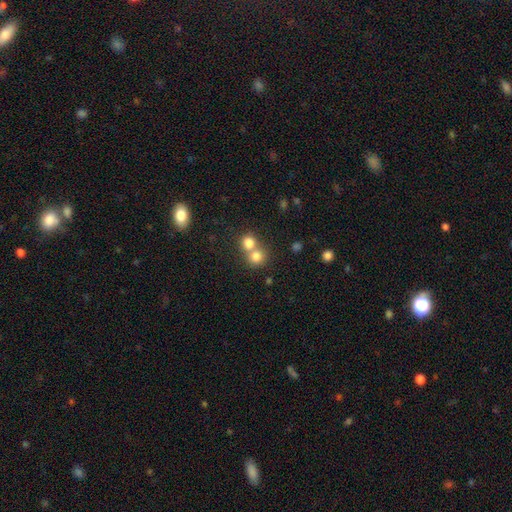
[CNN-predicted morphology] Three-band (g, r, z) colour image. It shows a smooth galaxy with no disk features (78%) that is round (84%). Merging: merger (53%).